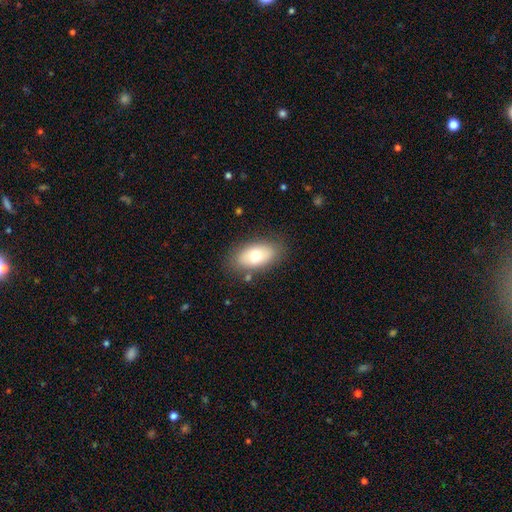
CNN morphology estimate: Smooth or featured? Predicted: smooth (p=0.70). How rounded? Predicted: in between (p=0.91). Merging? Predicted: none (p=0.81).